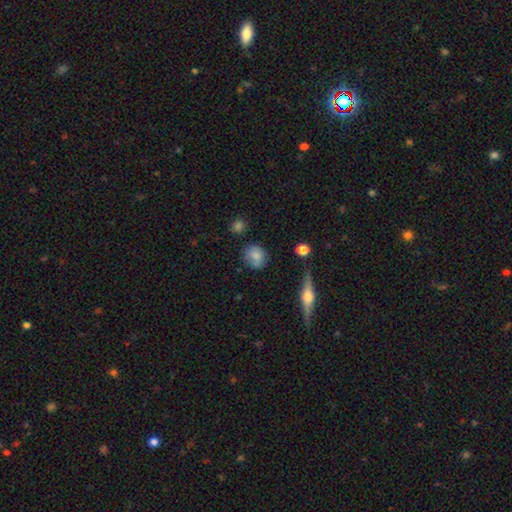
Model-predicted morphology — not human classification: type=smooth (77%); roundness=round (71%); merging=none (71%).